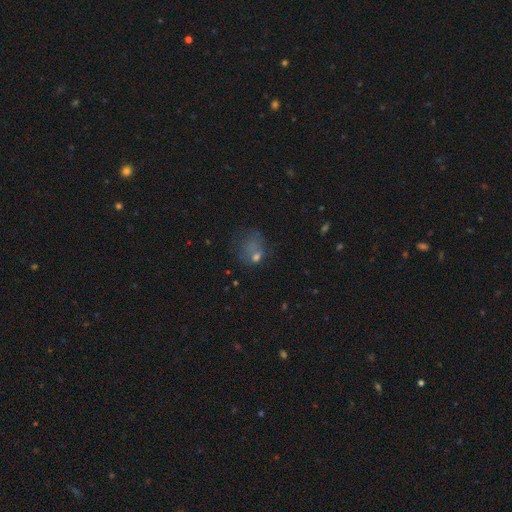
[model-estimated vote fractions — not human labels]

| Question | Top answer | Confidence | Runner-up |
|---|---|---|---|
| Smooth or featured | smooth | 51% | star or artifact (25%) |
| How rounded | round | 57% | in between (42%) |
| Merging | none | 39% | major disturbance (32%) |